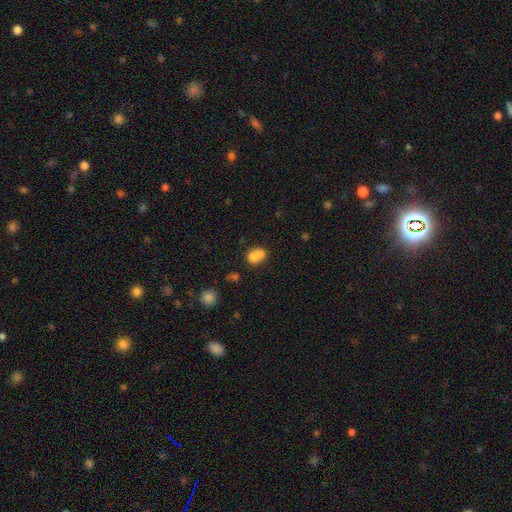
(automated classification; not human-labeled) This is likely a smooth galaxy (74%). How rounded: likely in between (60%). Merging: possibly merger (50%).